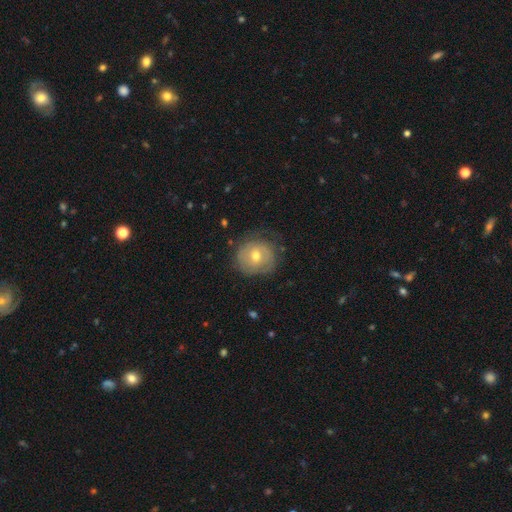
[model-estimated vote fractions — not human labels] Smooth or featured? Predicted: featured or disk (p=0.49). Merging? Predicted: none (p=0.64).